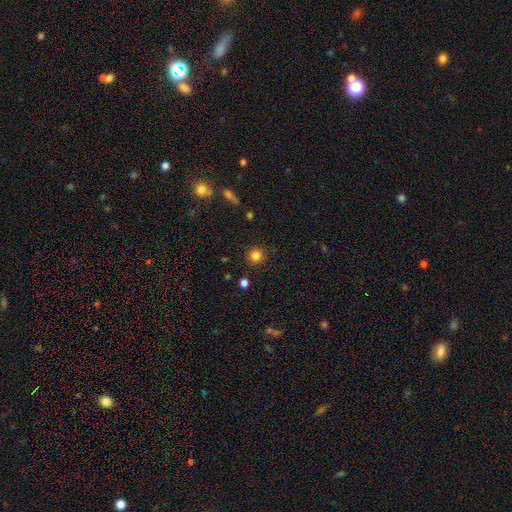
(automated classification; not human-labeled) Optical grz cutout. It shows a smooth galaxy with no disk features (83%) that is round (94%). Merging: none (90%).